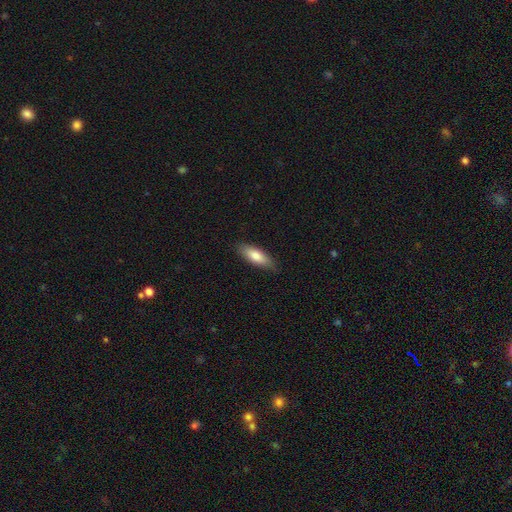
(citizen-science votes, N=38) Smooth or featured: smooth — 76% (featured or disk — 18%)
How rounded: in between — 62% (cigar-shaped — 34%)
Merging: none — 75% (minor disturbance — 19%)